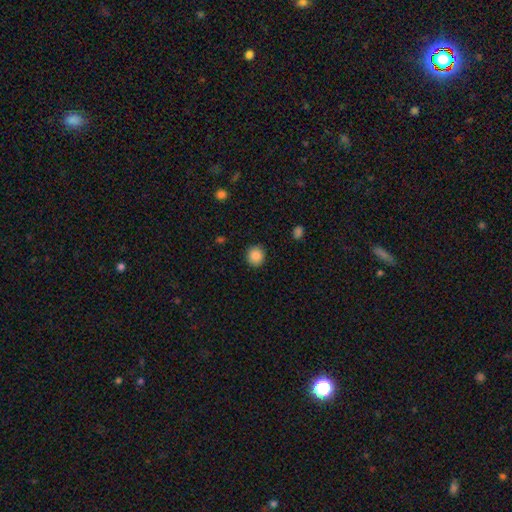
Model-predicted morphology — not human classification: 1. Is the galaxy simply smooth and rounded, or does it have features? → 88% smooth, 9% star or artifact, 3% featured or disk.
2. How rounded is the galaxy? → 88% round, 11% in between, 1% cigar-shaped.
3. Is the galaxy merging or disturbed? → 90% none, 6% minor disturbance, 2% major disturbance, 1% merger.